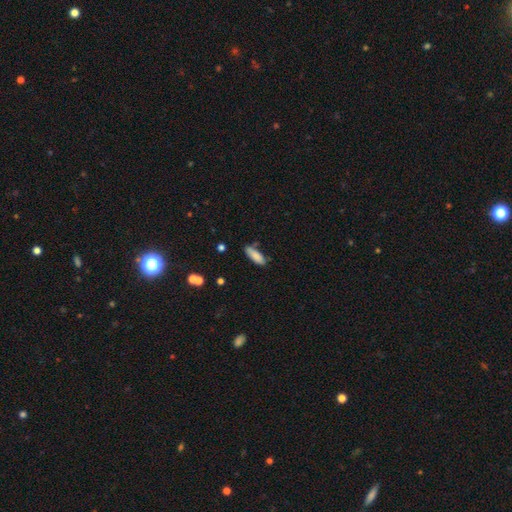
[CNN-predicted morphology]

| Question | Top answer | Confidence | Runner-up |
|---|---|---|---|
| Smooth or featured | smooth | 84% | featured or disk (8%) |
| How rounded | in between | 56% | cigar-shaped (42%) |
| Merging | none | 65% | minor disturbance (24%) |